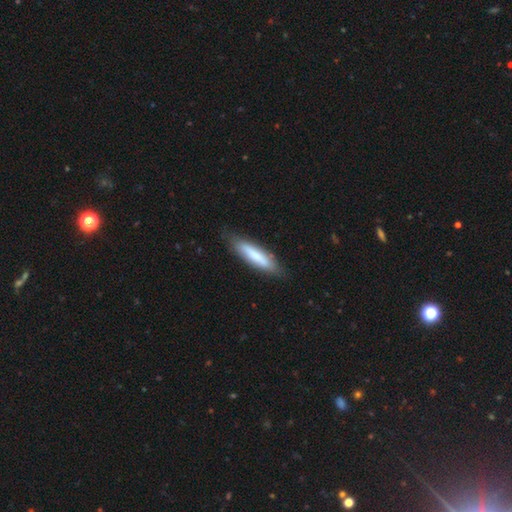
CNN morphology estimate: This appears to be a smooth galaxy with no disk features (74%) that is cigar-shaped (76%). Merging: none (80%).